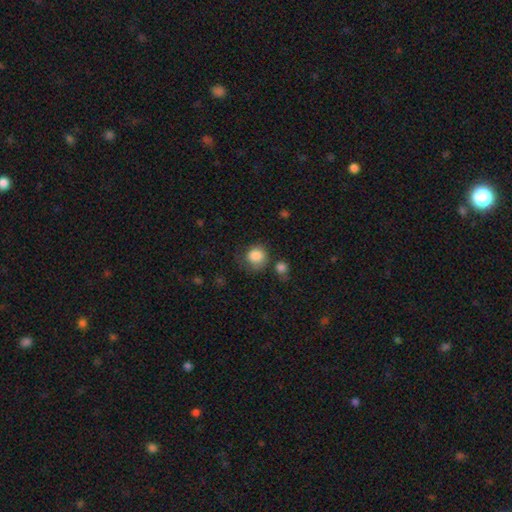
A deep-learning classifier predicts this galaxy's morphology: The model was most divided on "merging": none: 58%, minor disturbance: 23%, major disturbance: 11%, merger: 8%. More confident: smooth or featured — smooth (85%); how rounded — round (79%).